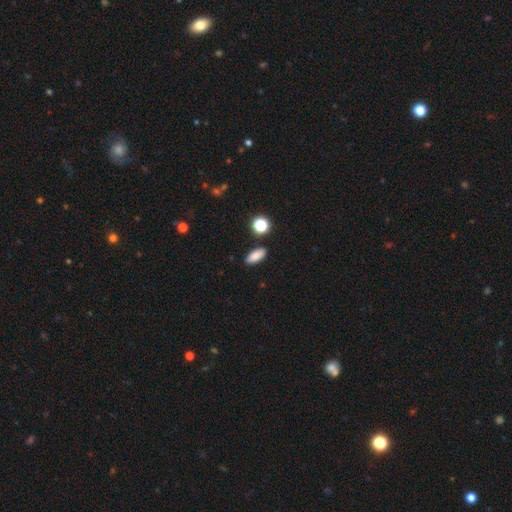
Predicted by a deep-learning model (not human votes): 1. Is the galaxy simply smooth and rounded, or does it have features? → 83% smooth, 10% star or artifact, 7% featured or disk.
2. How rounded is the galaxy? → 80% in between, 14% cigar-shaped, 6% round.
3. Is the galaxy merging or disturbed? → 87% none, 8% minor disturbance, 3% merger, 2% major disturbance.